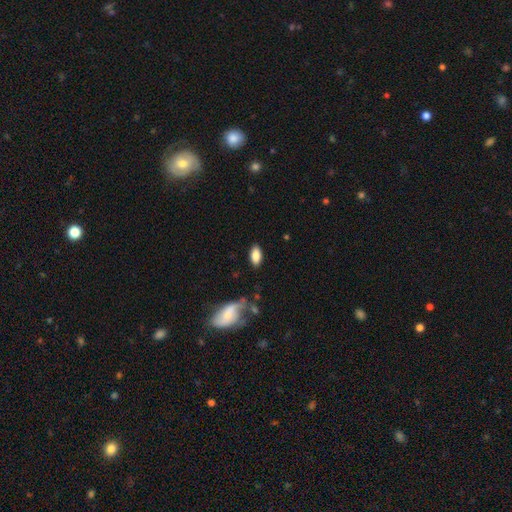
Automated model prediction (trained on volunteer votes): Smooth or featured? Predicted: smooth (p=0.84). How rounded? Predicted: in between (p=0.91). Merging? Predicted: none (p=0.83).